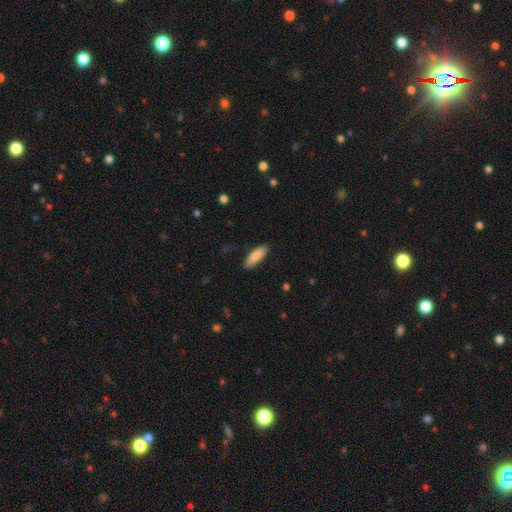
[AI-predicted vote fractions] smooth-or-featured: smooth: 84% | featured or disk: 10% | star or artifact: 6%
  how-rounded: in between: 55% | cigar-shaped: 44% | round: 2%
  merging: none: 88% | minor disturbance: 9% | major disturbance: 2% | merger: 1%